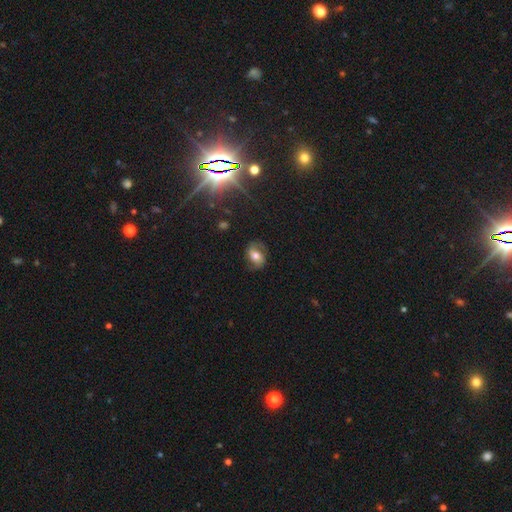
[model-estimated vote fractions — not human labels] Smooth or featured? Predicted: smooth (p=0.45). Merging? Predicted: none (p=0.71).